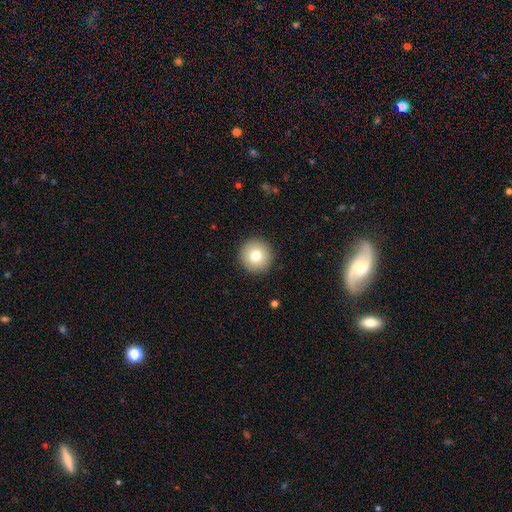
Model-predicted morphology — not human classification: Smooth or featured?
  - smooth: 77% *
  - featured or disk: 13%
  - star or artifact: 11%
How rounded?
  - round: 96% *
  - in between: 3%
  - cigar-shaped: 1%
Merging?
  - none: 92% *
  - minor disturbance: 5%
  - major disturbance: 2%
  - merger: 1%